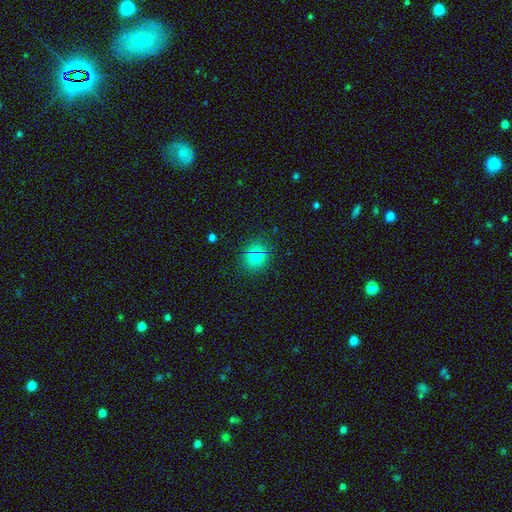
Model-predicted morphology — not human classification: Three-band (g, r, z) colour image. It shows a smooth galaxy with no disk features (77%) that is round (83%). Merging: none (86%).